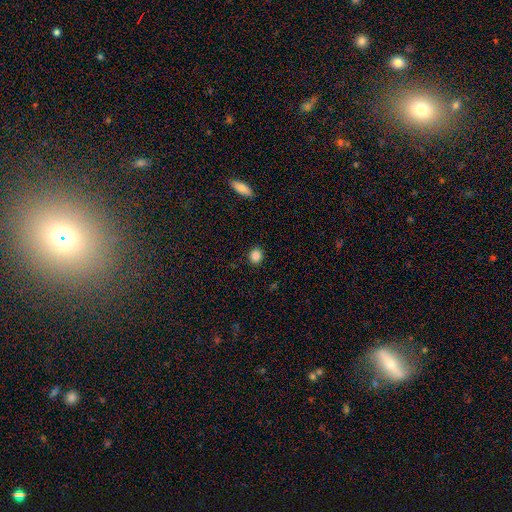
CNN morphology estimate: Q: Smooth or featured?
A: smooth (86%); runner-up: star or artifact (10%)
Q: How rounded?
A: round (80%); runner-up: in between (19%)
Q: Merging?
A: none (90%); runner-up: minor disturbance (7%)